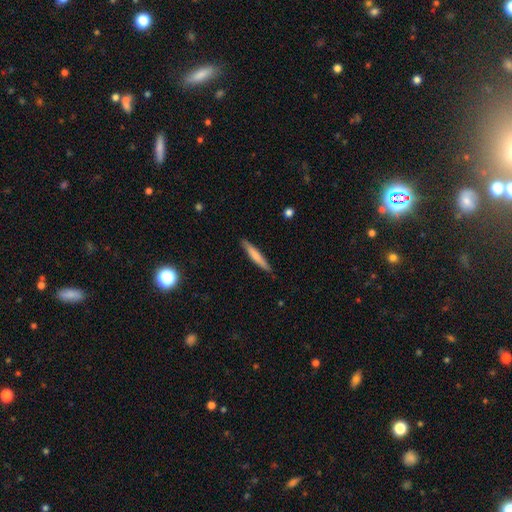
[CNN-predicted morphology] smooth 67%, featured or disk 27%, star or artifact 5%. Down the decision tree: how rounded — cigar-shaped (94%); merging — none (89%).